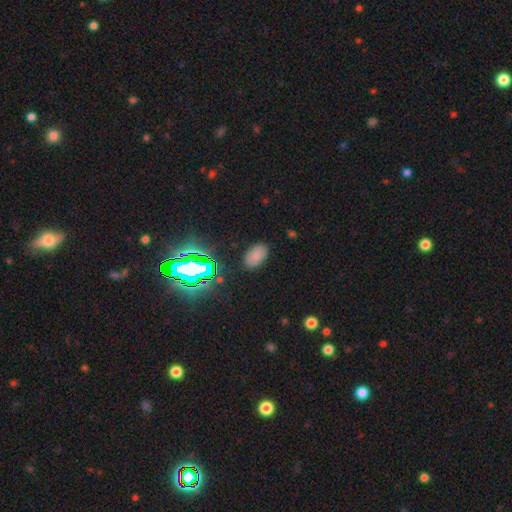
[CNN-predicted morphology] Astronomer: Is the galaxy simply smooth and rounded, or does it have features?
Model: smooth — 73%.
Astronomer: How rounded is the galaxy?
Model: in between — 92%.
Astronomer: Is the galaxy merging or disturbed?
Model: none — 84%.